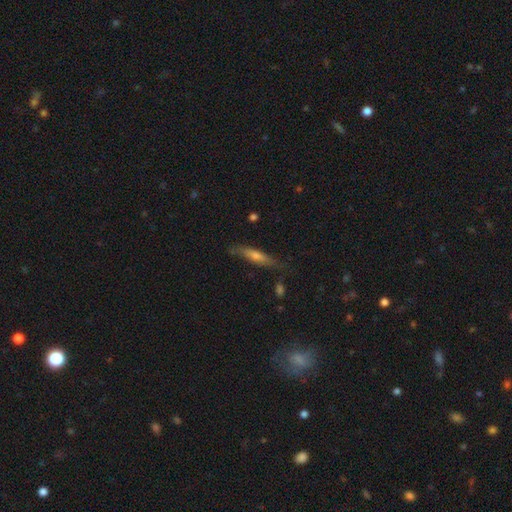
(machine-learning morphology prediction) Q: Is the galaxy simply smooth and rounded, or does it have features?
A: smooth — 46%, tied with featured or disk.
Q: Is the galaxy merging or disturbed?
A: none — 79%.